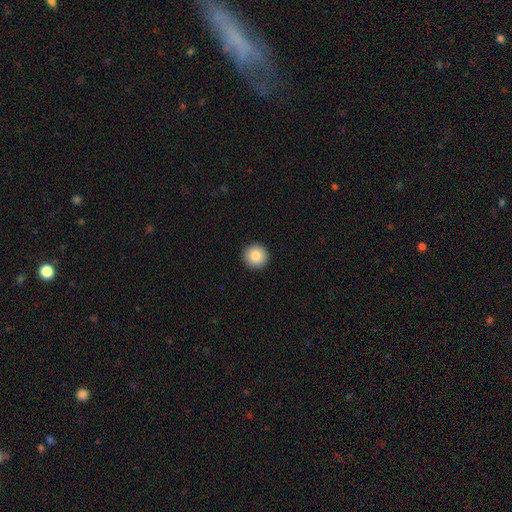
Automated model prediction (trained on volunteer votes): The model was most divided on "smooth or featured": smooth: 87%, star or artifact: 8%, featured or disk: 5%. More confident: how rounded — round (94%); merging — none (93%).